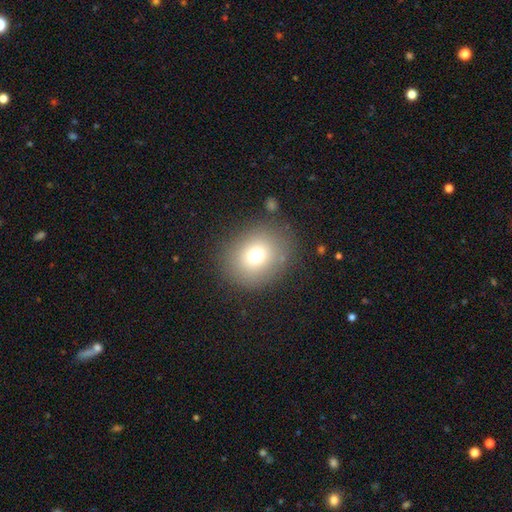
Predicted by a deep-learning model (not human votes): smooth-or-featured: smooth: 72% | star or artifact: 15% | featured or disk: 13%
  how-rounded: round: 70% | in between: 29% | cigar-shaped: 1%
  merging: none: 83% | minor disturbance: 10% | major disturbance: 5% | merger: 2%